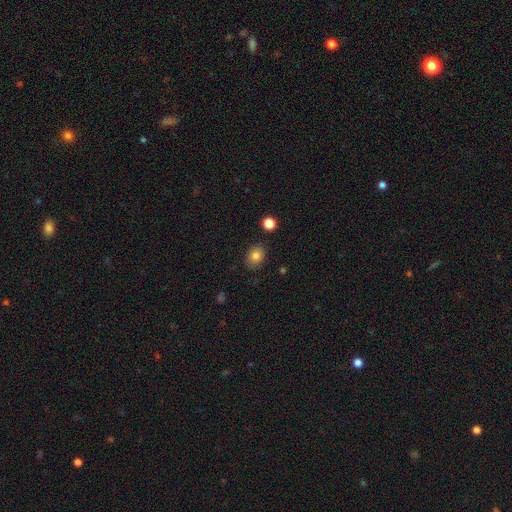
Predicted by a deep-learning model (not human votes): Q: Smooth or featured?
A: smooth (81%); runner-up: star or artifact (10%)
Q: How rounded?
A: in between (58%); runner-up: round (41%)
Q: Merging?
A: none (86%); runner-up: minor disturbance (10%)